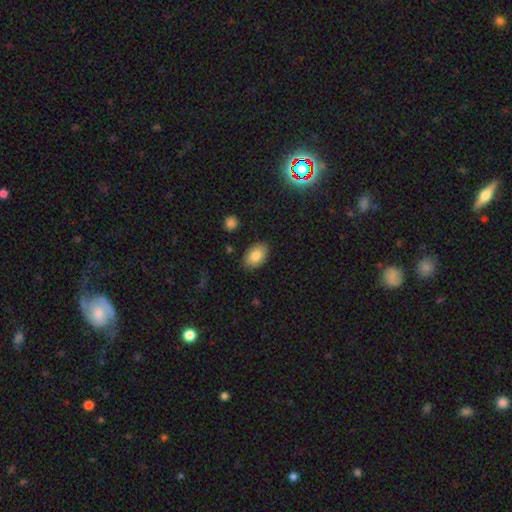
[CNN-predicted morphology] Smooth or featured: smooth — 83% (featured or disk — 10%)
How rounded: in between — 89% (round — 9%)
Merging: none — 86% (minor disturbance — 10%)